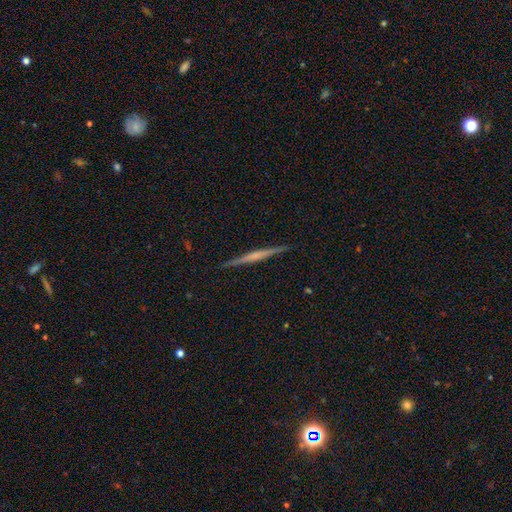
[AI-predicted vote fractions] featured or disk 68%, smooth 26%, star or artifact 6%. Down the decision tree: edge-on disk — yes (98%); edge-on bulge — none (46%); merging — none (91%).